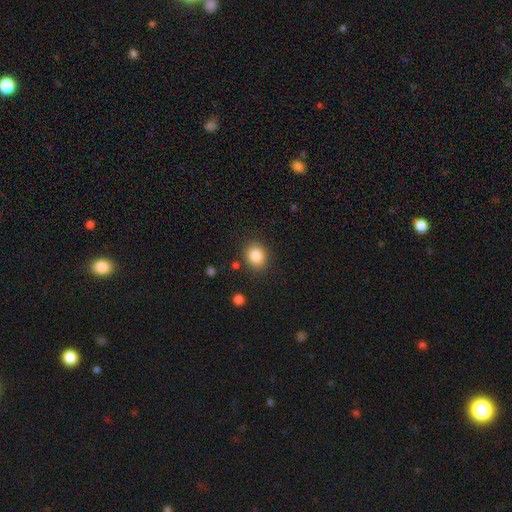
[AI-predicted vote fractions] Smooth or featured?
  - smooth: 85% *
  - star or artifact: 9%
  - featured or disk: 5%
How rounded?
  - round: 65% *
  - in between: 34%
  - cigar-shaped: 1%
Merging?
  - none: 85% *
  - minor disturbance: 9%
  - major disturbance: 3%
  - merger: 3%